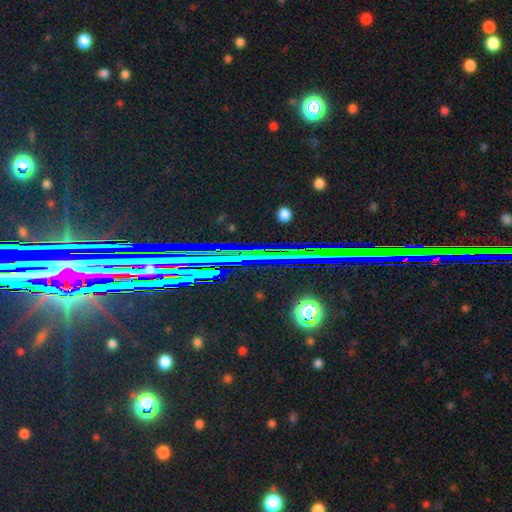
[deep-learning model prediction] Smooth or featured?
  - star or artifact: 82% *
  - featured or disk: 9%
  - smooth: 8%